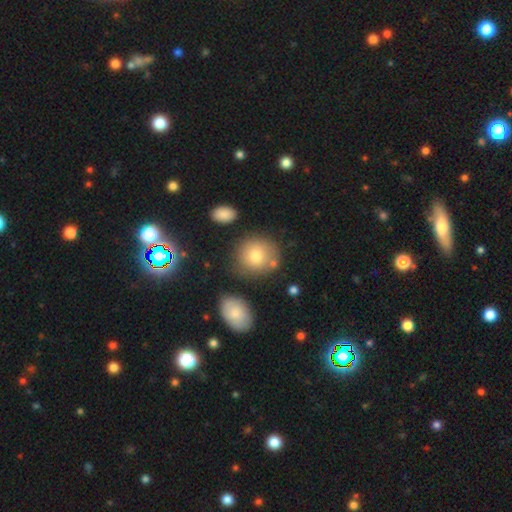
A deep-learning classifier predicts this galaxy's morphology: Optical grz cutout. It shows a smooth galaxy with no disk features (77%) that is round (84%). Merging: none (75%).